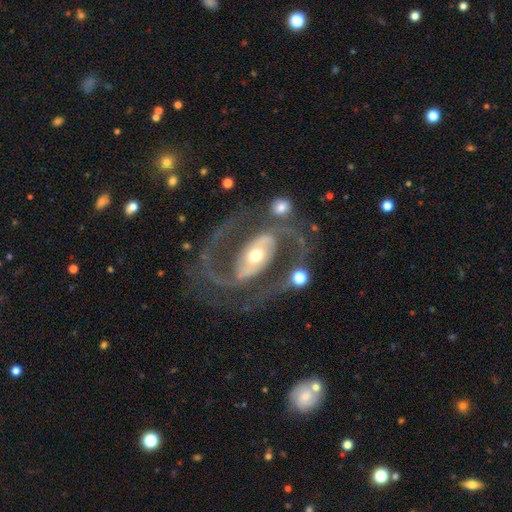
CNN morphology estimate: Smooth or featured? featured or disk (90%)
Edge-on disk? no (97%)
Bar? strong (39%)
Spiral arms? yes (94%)
Spiral winding? medium (56%)
Spiral arm count? 2 (90%)
Bulge size? moderate (62%)
Merging? none (64%)